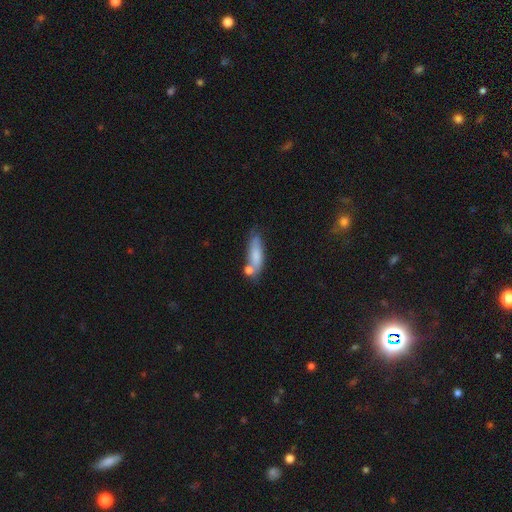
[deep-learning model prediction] smooth-or-featured: smooth: 75% | featured or disk: 17% | star or artifact: 7%
  how-rounded: cigar-shaped: 56% | in between: 41% | round: 3%
  merging: none: 56% | minor disturbance: 21% | merger: 17% | major disturbance: 6%